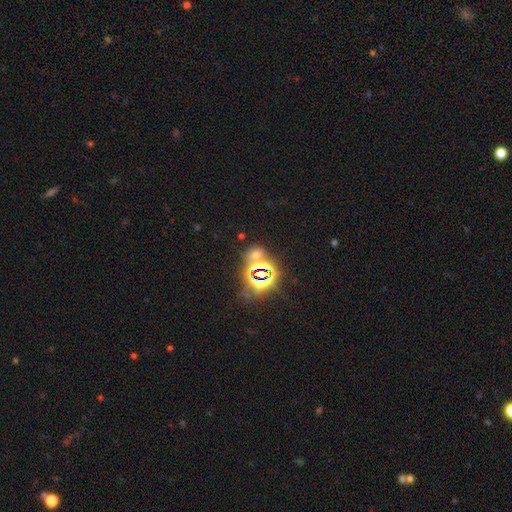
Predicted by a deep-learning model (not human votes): This appears to be a star or artifact, not a galaxy (62%).